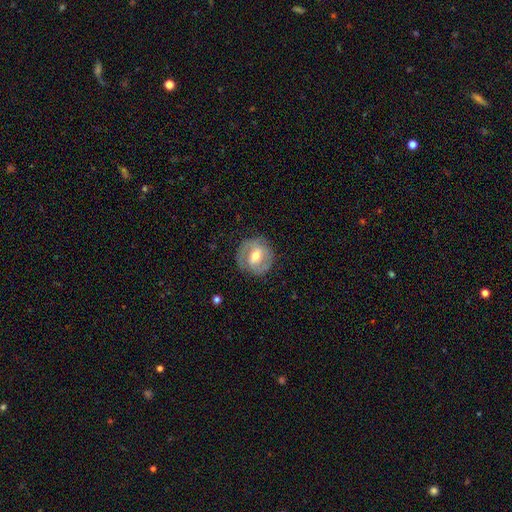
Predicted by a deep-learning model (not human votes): This appears to be a featured or disk galaxy (67%) with a weak bar (46%), spiral arms (71%) and a moderate central bulge (70%). Merging: none (80%).